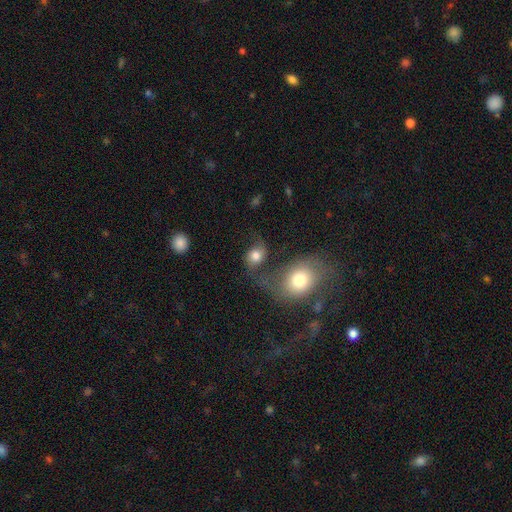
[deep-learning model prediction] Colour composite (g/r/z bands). It shows a smooth galaxy with no disk features (56%) that is round (52%). Merging: none (38%).